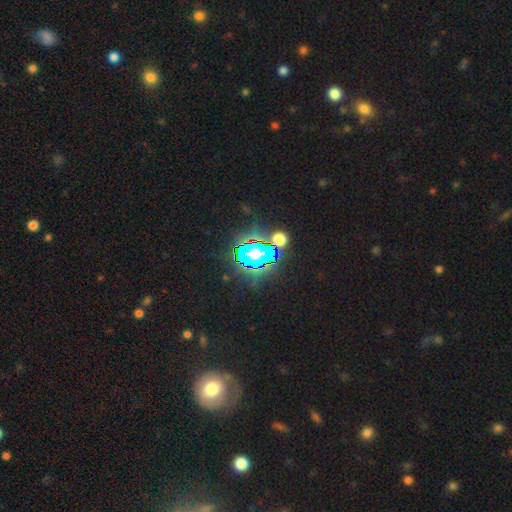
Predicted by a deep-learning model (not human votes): This appears to be a star or artifact, not a galaxy (73%).